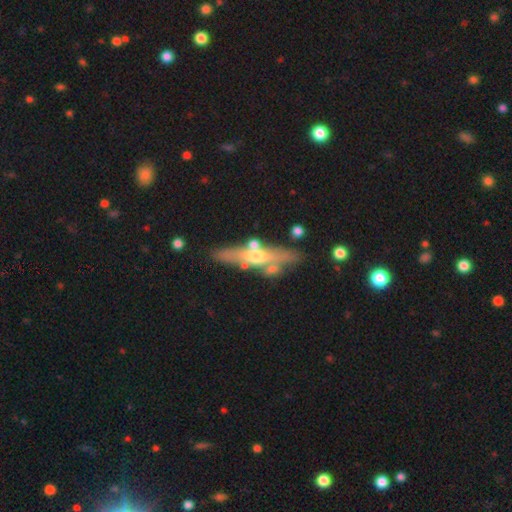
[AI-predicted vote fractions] smooth_or_featured: featured or disk (p=0.67) [alt: smooth p=0.27]
disk_edge_on: yes (p=0.86) [alt: no p=0.14]
edge_on_bulge: rounded (p=0.89) [alt: none p=0.07]
merging: none (p=0.74) [alt: minor disturbance p=0.13]